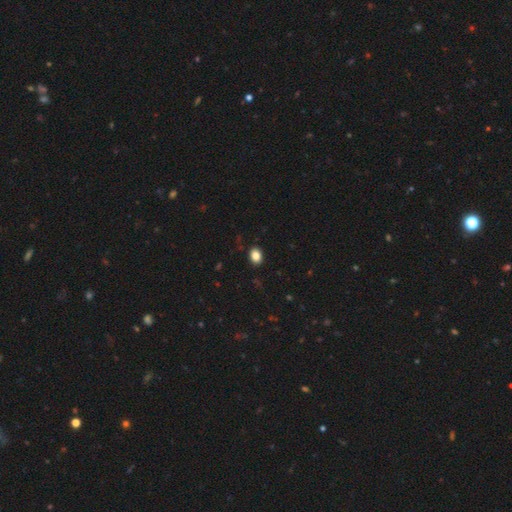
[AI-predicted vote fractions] smooth_or_featured: smooth (p=0.85) [alt: star or artifact p=0.10]
how_rounded: in between (p=0.64) [alt: round p=0.35]
merging: none (p=0.90) [alt: minor disturbance p=0.07]